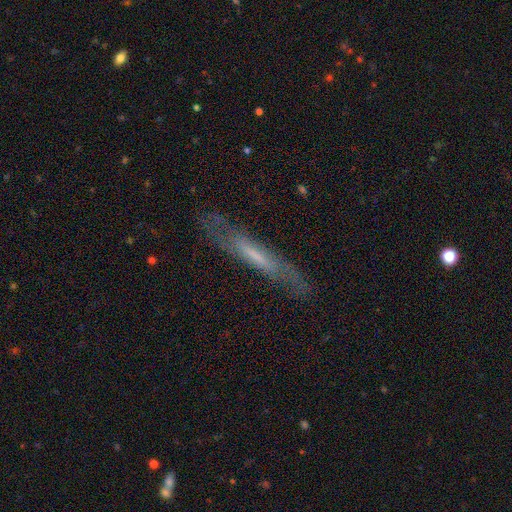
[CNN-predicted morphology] smooth_or_featured: featured or disk (p=0.63) [alt: smooth p=0.30]
disk_edge_on: yes (p=0.65) [alt: no p=0.35]
merging: none (p=0.80) [alt: minor disturbance p=0.14]